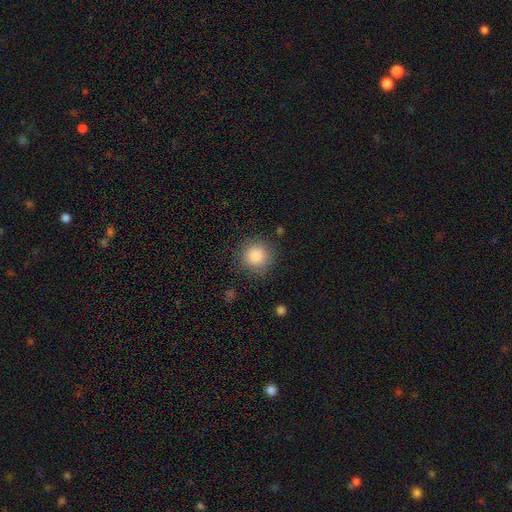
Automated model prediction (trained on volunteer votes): smooth 84%, star or artifact 10%, featured or disk 7%. Down the decision tree: how rounded — round (94%); merging — none (86%).